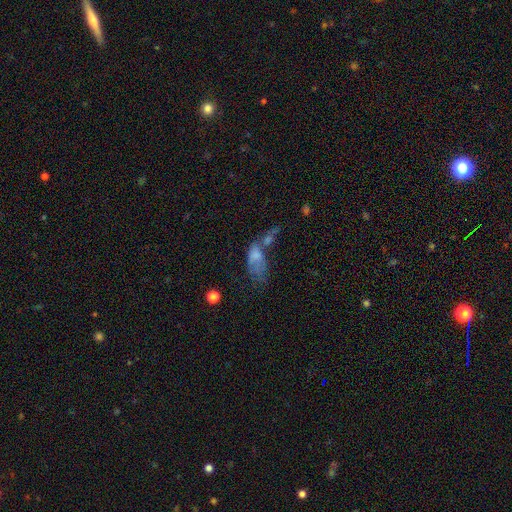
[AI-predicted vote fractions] Smooth or featured?
  - smooth: 51% *
  - featured or disk: 32%
  - star or artifact: 17%
How rounded?
  - in between: 79% *
  - cigar-shaped: 13%
  - round: 7%
Merging?
  - merger: 38% *
  - major disturbance: 30%
  - none: 18%
  - minor disturbance: 14%